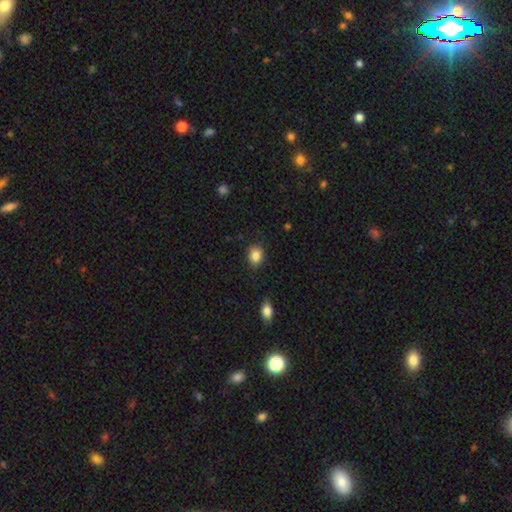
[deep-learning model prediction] smooth_or_featured: smooth (p=0.86) [alt: star or artifact p=0.09]
how_rounded: in between (p=0.50) [alt: round p=0.49]
merging: none (p=0.81) [alt: minor disturbance p=0.15]